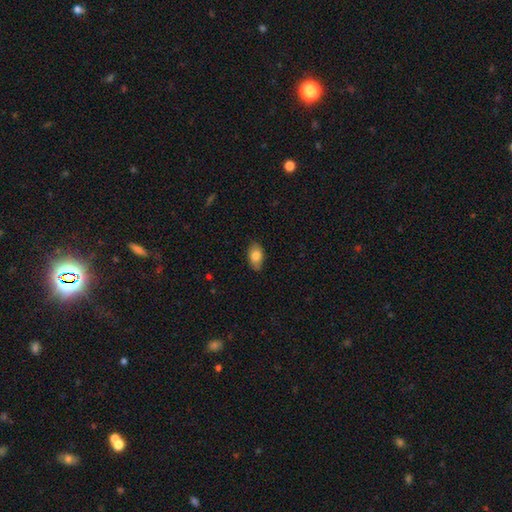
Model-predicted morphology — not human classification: A smooth galaxy with no disk features (80%) that is in between round and cigar-shaped (90%). Merging: none (82%).